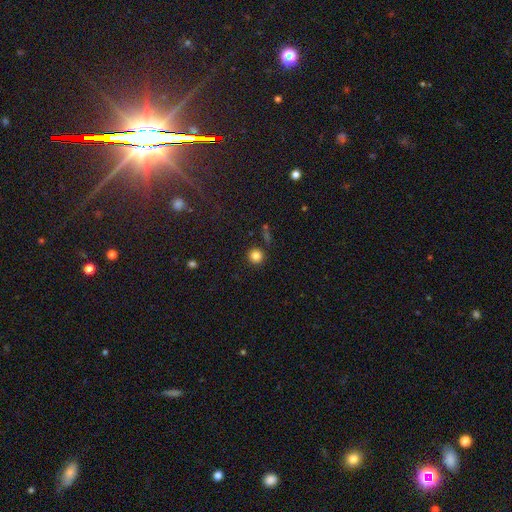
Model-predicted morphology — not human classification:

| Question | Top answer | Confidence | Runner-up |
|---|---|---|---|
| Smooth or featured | smooth | 83% | star or artifact (12%) |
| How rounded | round | 95% | in between (4%) |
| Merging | none | 88% | minor disturbance (7%) |